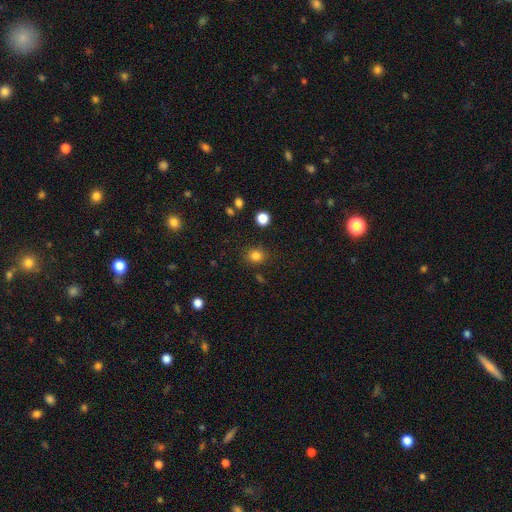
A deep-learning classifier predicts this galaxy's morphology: Smooth or featured? smooth (82%)
How rounded? round (66%)
Merging? none (84%)